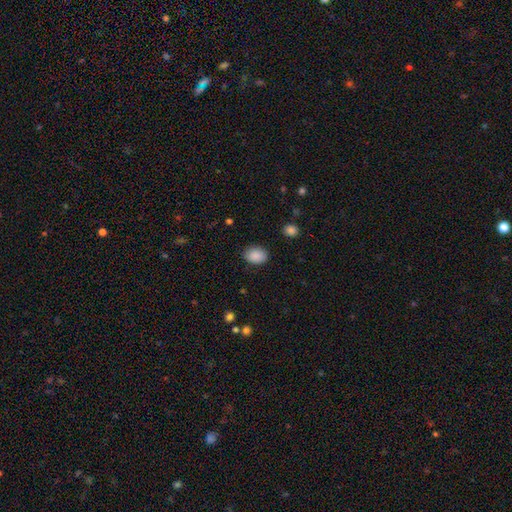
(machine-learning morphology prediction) smooth_or_featured: smooth (p=0.89) [alt: star or artifact p=0.08]
how_rounded: in between (p=0.71) [alt: round p=0.28]
merging: none (p=0.85) [alt: minor disturbance p=0.11]